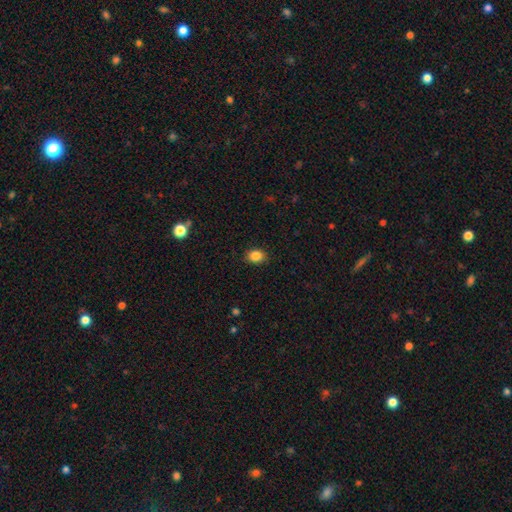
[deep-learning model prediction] Smooth or featured: smooth — 86% (star or artifact — 10%)
How rounded: in between — 58% (round — 41%)
Merging: none — 88% (minor disturbance — 9%)